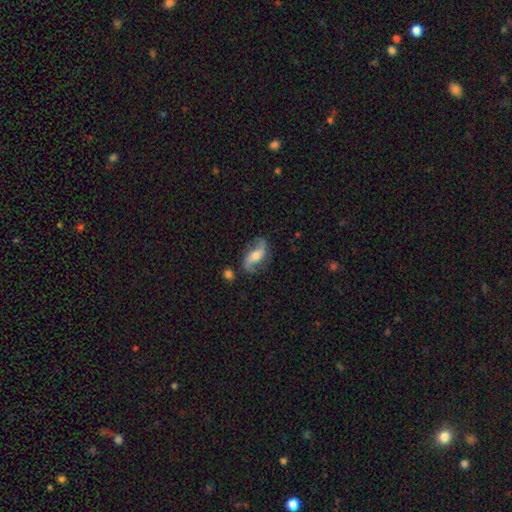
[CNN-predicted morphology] This appears to be a featured or disk galaxy (77%) with no bar (37%), 2 (92%) loose (72%) spiral arms (93%) and a moderate central bulge (56%). Merging: none (75%).